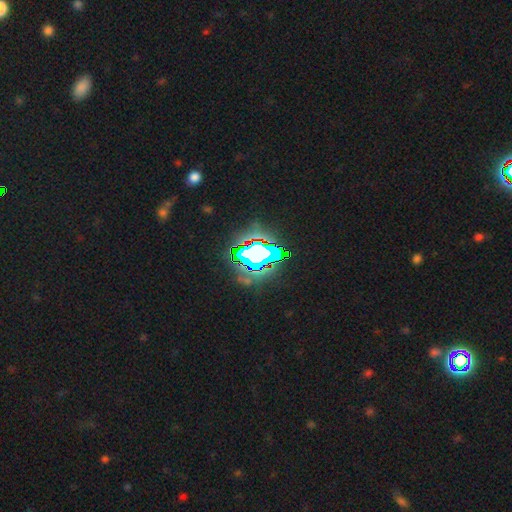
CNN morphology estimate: A star or artifact, not a galaxy (64%).

Vote fractions:
- Smooth or featured? star or artifact: 64% / featured or disk: 20% / smooth: 16%